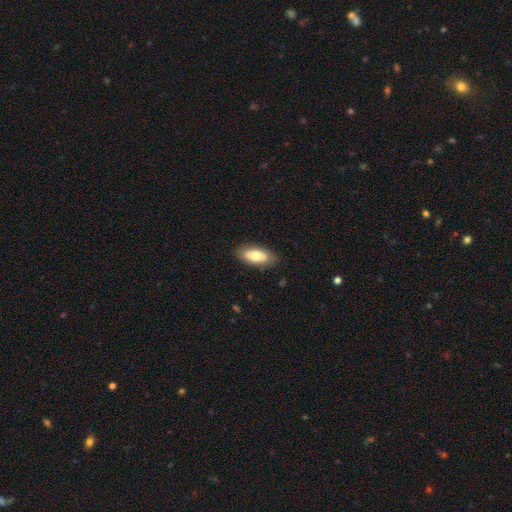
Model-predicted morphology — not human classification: Smooth or featured?
  - smooth: 70% *
  - featured or disk: 24%
  - star or artifact: 6%
How rounded?
  - in between: 89% *
  - cigar-shaped: 8%
  - round: 3%
Merging?
  - none: 84% *
  - minor disturbance: 12%
  - major disturbance: 3%
  - merger: 1%